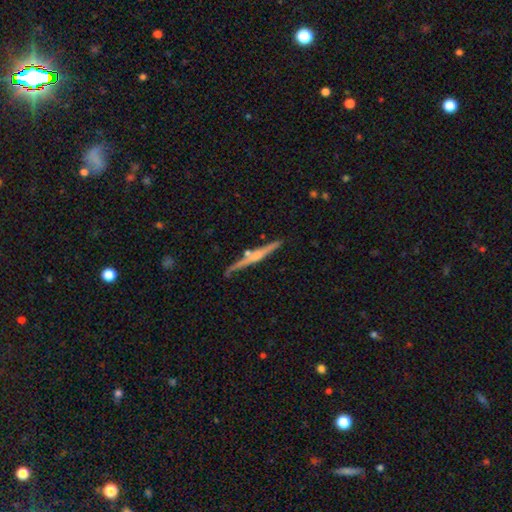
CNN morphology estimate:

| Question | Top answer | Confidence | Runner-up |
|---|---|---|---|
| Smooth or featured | featured or disk | 64% | smooth (30%) |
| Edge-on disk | yes | 97% | no (3%) |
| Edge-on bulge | rounded | 56% | none (32%) |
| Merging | none | 79% | minor disturbance (13%) |